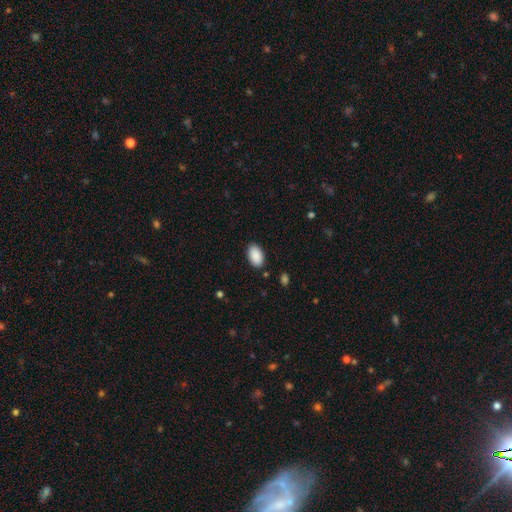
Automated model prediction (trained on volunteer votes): Morphology: type=smooth (91%); roundness=in between (94%); merging=none (88%).